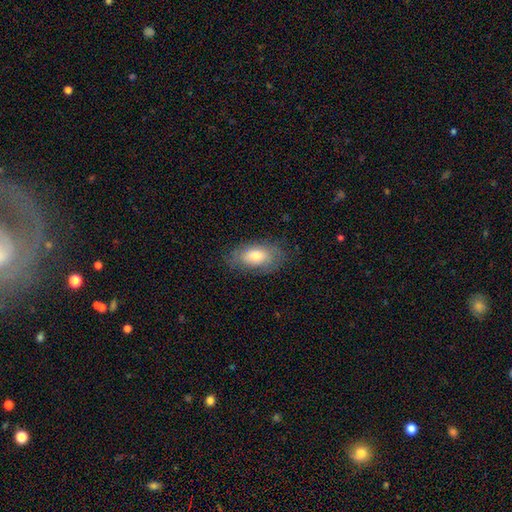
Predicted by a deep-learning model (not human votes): Q: Smooth or featured?
A: smooth (68%); runner-up: featured or disk (25%)
Q: How rounded?
A: in between (91%); runner-up: round (5%)
Q: Merging?
A: none (76%); runner-up: minor disturbance (18%)